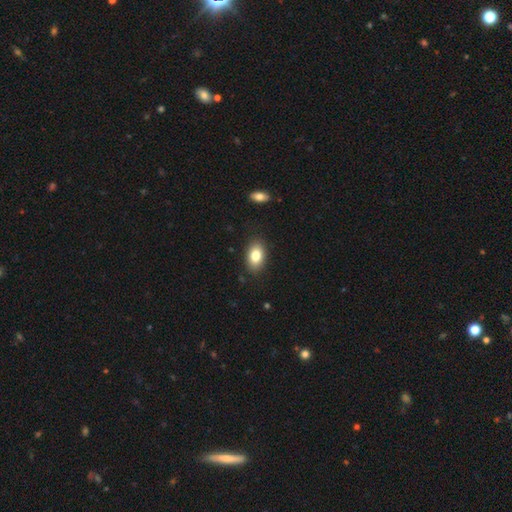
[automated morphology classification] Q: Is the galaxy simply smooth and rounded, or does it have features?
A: smooth — 82%.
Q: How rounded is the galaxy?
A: in between — 90%.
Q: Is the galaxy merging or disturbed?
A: none — 87%.